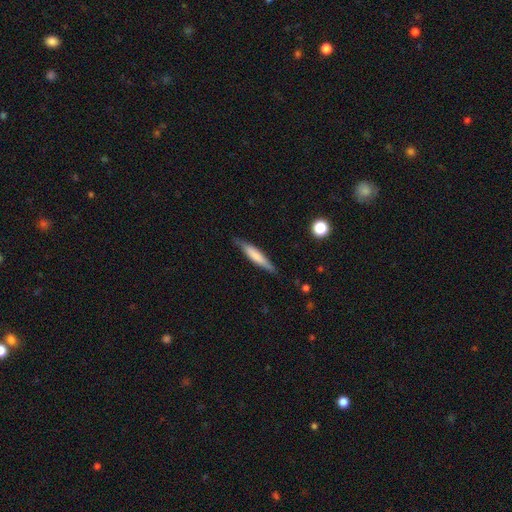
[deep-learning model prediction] A smooth galaxy with no disk features (65%) that is cigar-shaped (88%).

Vote fractions:
- Smooth or featured? smooth: 65% / featured or disk: 29% / star or artifact: 6%
- How rounded? cigar-shaped: 88% / in between: 10% / round: 1%
- Merging? none: 83% / minor disturbance: 14% / major disturbance: 2% / merger: 1%